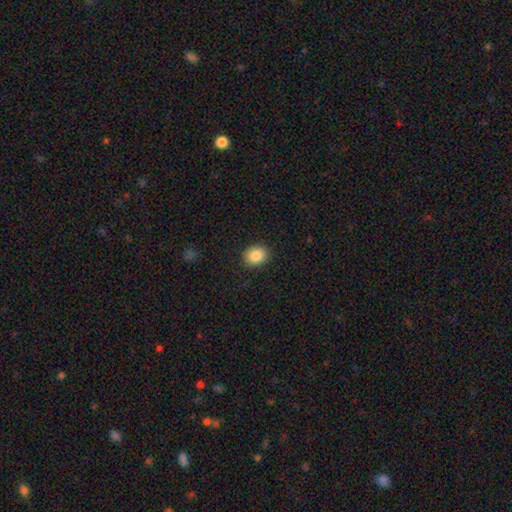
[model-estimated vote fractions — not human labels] Smooth or featured: smooth — 87% (star or artifact — 9%)
How rounded: round — 54% (in between — 46%)
Merging: none — 89% (minor disturbance — 8%)